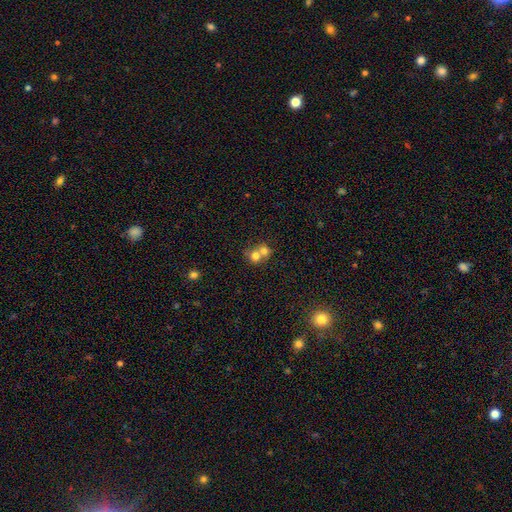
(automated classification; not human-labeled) Smooth or featured: smooth — 72% (featured or disk — 17%)
How rounded: round — 78% (in between — 22%)
Merging: merger — 69% (none — 25%)